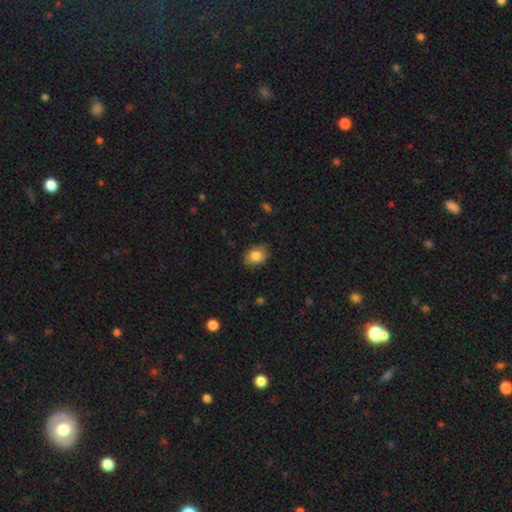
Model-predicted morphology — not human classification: Smooth or featured? Predicted: smooth (p=0.82). How rounded? Predicted: in between (p=0.71). Merging? Predicted: none (p=0.84).